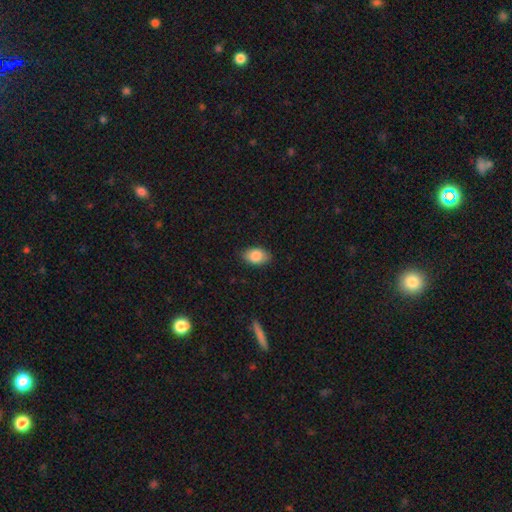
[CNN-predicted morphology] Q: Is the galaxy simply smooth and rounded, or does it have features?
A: smooth — 86%.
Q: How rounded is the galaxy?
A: in between — 90%.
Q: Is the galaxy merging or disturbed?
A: none — 83%.